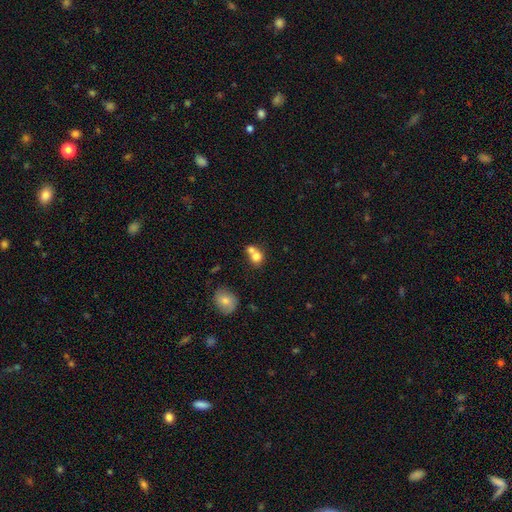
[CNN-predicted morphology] Q: Smooth or featured?
A: smooth (75%); runner-up: featured or disk (14%)
Q: How rounded?
A: round (72%); runner-up: in between (27%)
Q: Merging?
A: merger (57%); runner-up: none (32%)